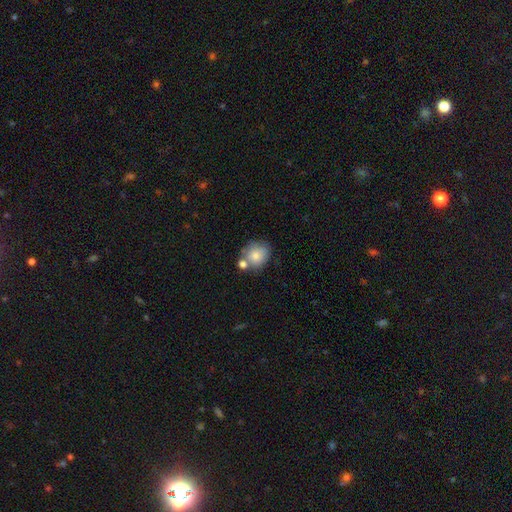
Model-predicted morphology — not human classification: smooth 77%, featured or disk 14%, star or artifact 9%. Down the decision tree: how rounded — round (74%); merging — none (52%).